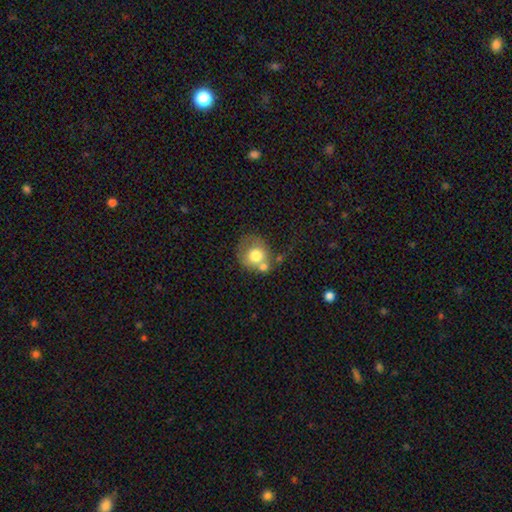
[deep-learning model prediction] A smooth galaxy with no disk features (70%) that is round (79%). Merging: none (38%).